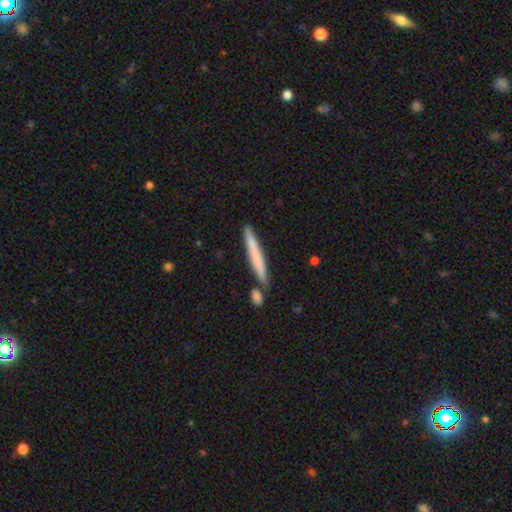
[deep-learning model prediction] The model was most divided on "smooth or featured": smooth: 65%, featured or disk: 29%, star or artifact: 6%. More confident: how rounded — cigar-shaped (96%); merging — none (80%).